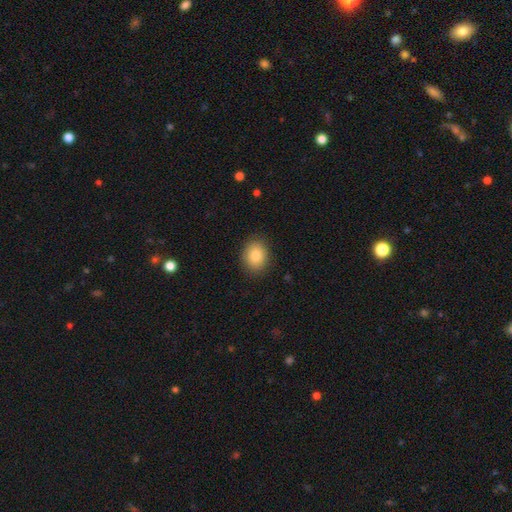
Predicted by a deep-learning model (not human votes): Smooth or featured?
  - smooth: 83% *
  - star or artifact: 9%
  - featured or disk: 8%
How rounded?
  - round: 51% *
  - in between: 48%
  - cigar-shaped: 1%
Merging?
  - none: 87% *
  - minor disturbance: 9%
  - major disturbance: 2%
  - merger: 1%